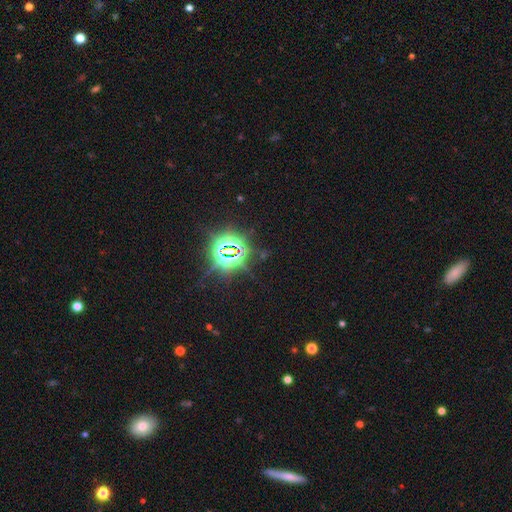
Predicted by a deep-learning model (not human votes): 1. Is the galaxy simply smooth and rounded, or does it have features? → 83% star or artifact, 10% smooth, 7% featured or disk.